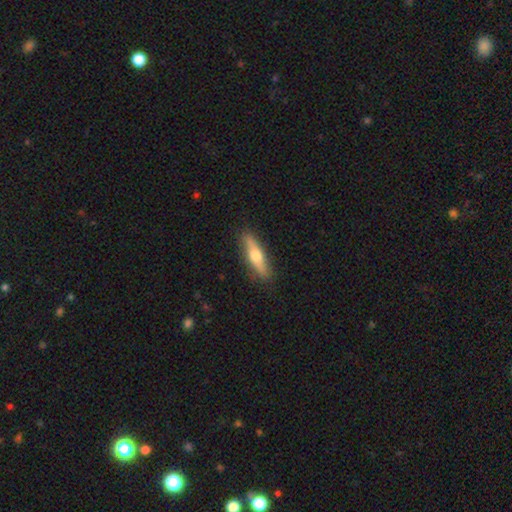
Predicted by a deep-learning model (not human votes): This appears to be a featured or disk galaxy (49%). Merging: none (87%).